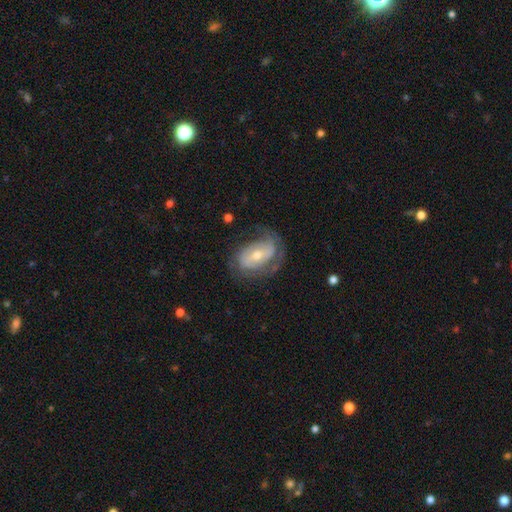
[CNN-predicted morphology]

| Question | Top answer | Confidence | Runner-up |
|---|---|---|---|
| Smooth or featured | featured or disk | 74% | smooth (19%) |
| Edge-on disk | no | 95% | yes (5%) |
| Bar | weak | 39% | no (37%) |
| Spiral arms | yes | 83% | no (17%) |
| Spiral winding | tight | 44% | medium (37%) |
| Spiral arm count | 2 | 55% | can't tell (25%) |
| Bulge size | moderate | 52% | small (43%) |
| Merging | none | 60% | minor disturbance (22%) |